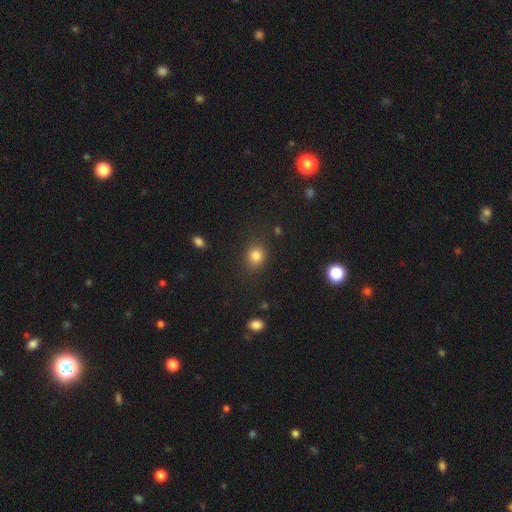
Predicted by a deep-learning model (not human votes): smooth_or_featured: smooth (p=0.82) [alt: star or artifact p=0.12]
how_rounded: round (p=0.73) [alt: in between p=0.26]
merging: none (p=0.84) [alt: minor disturbance p=0.10]